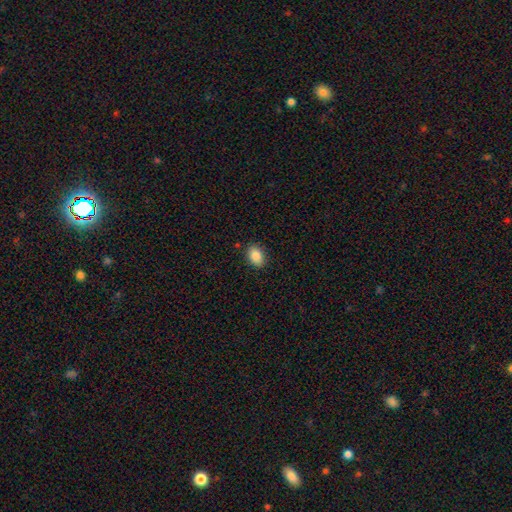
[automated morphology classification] A smooth galaxy with no disk features (87%) that is in between round and cigar-shaped (84%). Merging: none (88%).